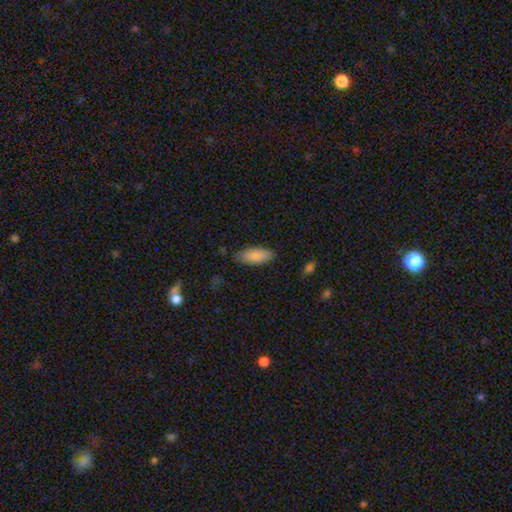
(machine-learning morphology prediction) smooth_or_featured: smooth (p=0.88) [alt: featured or disk p=0.06]
how_rounded: in between (p=0.80) [alt: cigar-shaped p=0.18]
merging: none (p=0.82) [alt: minor disturbance p=0.14]